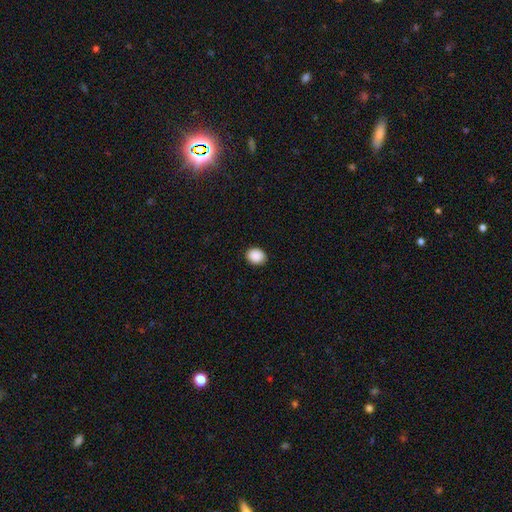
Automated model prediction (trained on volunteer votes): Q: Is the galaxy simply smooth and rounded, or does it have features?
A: smooth — 90%.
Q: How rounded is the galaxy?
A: round — 51%.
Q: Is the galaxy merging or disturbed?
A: none — 91%.